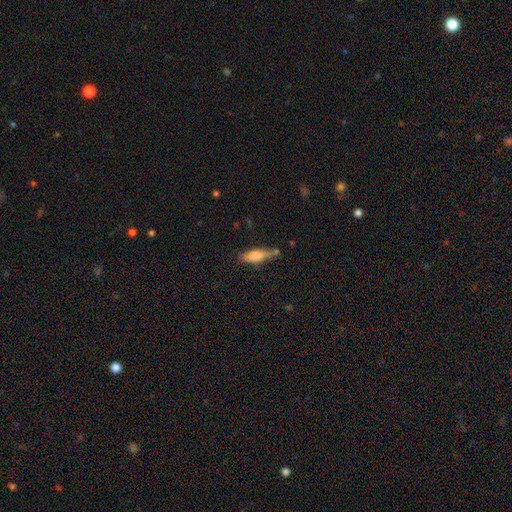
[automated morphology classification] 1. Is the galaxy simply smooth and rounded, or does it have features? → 67% smooth, 26% featured or disk, 7% star or artifact.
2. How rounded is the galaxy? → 61% cigar-shaped, 36% in between, 2% round.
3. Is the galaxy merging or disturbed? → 68% none, 21% minor disturbance, 6% merger, 5% major disturbance.